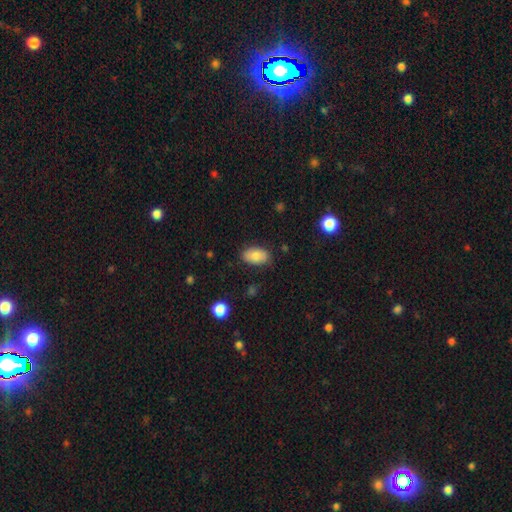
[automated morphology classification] A smooth galaxy with no disk features (81%) that is in between round and cigar-shaped (92%).

Vote fractions:
- Smooth or featured? smooth: 81% / featured or disk: 12% / star or artifact: 8%
- How rounded? in between: 92% / round: 7% / cigar-shaped: 2%
- Merging? none: 82% / minor disturbance: 14% / major disturbance: 3% / merger: 1%